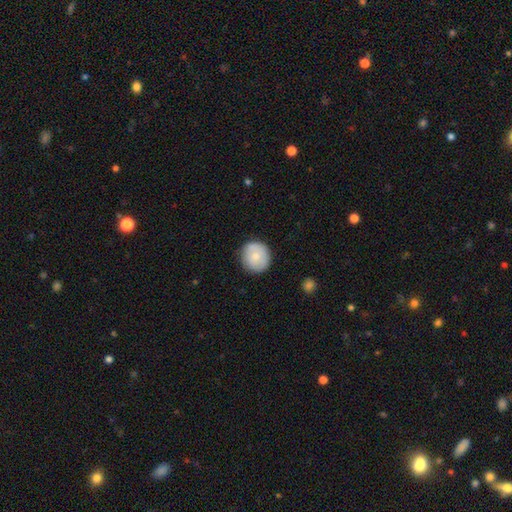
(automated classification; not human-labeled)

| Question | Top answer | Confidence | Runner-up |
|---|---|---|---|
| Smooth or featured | smooth | 72% | featured or disk (21%) |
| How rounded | round | 90% | in between (9%) |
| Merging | none | 85% | minor disturbance (12%) |